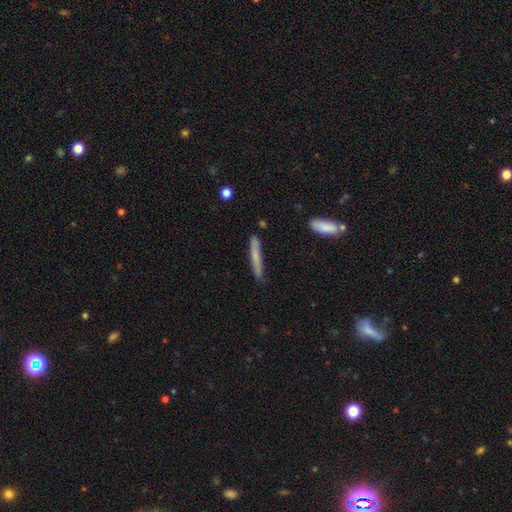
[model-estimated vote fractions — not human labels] smooth 69%, featured or disk 24%, star or artifact 6%. Down the decision tree: how rounded — cigar-shaped (95%); merging — none (82%).